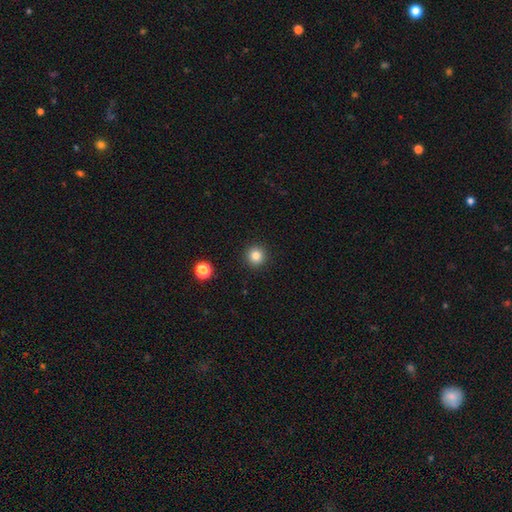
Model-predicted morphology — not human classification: A smooth galaxy with no disk features (83%) that is round (95%).

Vote fractions:
- Smooth or featured? smooth: 83% / star or artifact: 12% / featured or disk: 5%
- How rounded? round: 95% / in between: 4% / cigar-shaped: 1%
- Merging? none: 92% / minor disturbance: 5% / major disturbance: 2% / merger: 1%